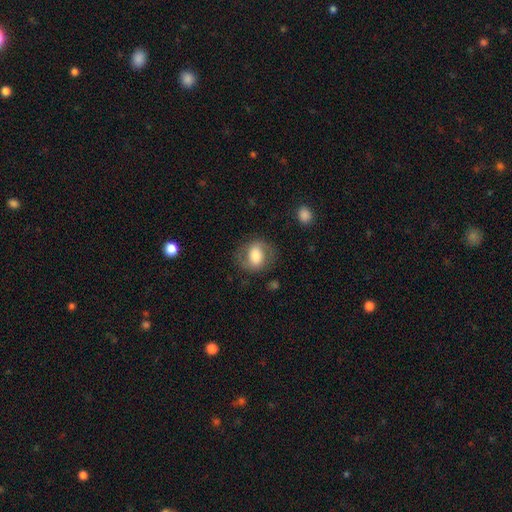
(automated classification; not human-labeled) Morphology: type=smooth (55%); roundness=round (50%); merging=none (75%).